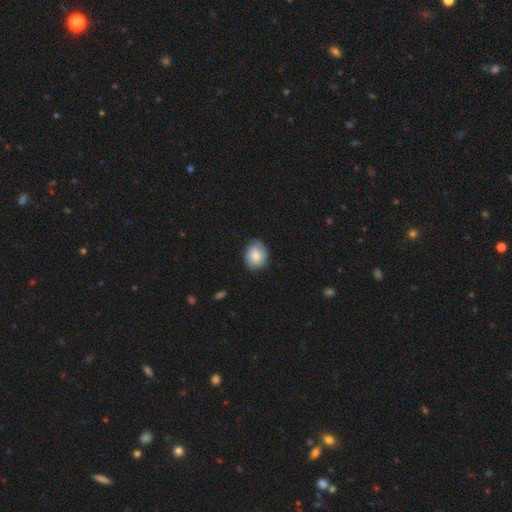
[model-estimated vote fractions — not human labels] This appears to be a smooth galaxy with no disk features (60%) that is round (50%). Merging: none (73%).